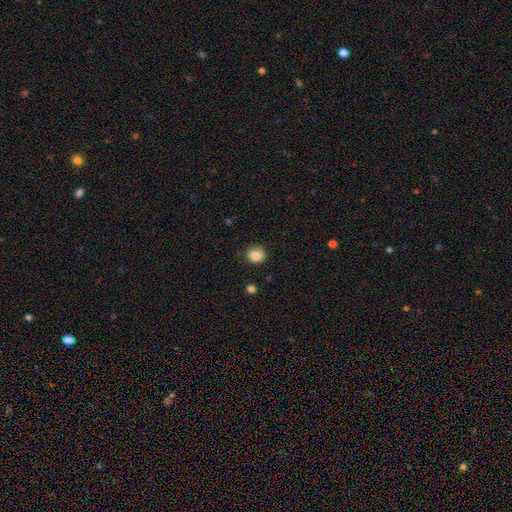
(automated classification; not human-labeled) The model was most divided on "how rounded": round: 85%, in between: 14%, cigar-shaped: 1%. More confident: merging — none (85%); smooth or featured — smooth (83%).